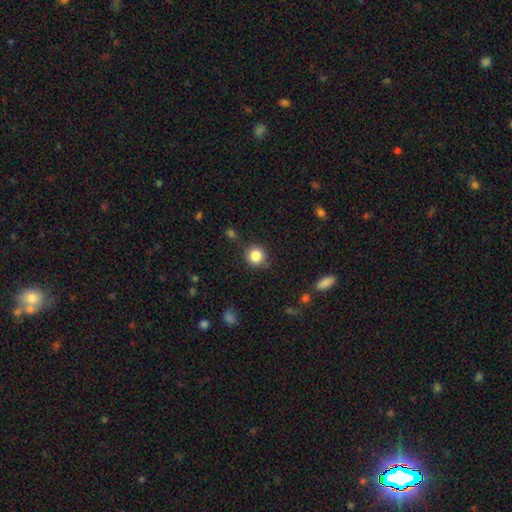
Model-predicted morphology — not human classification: The model was most divided on "smooth or featured": smooth: 84%, star or artifact: 11%, featured or disk: 5%. More confident: how rounded — round (92%); merging — none (85%).